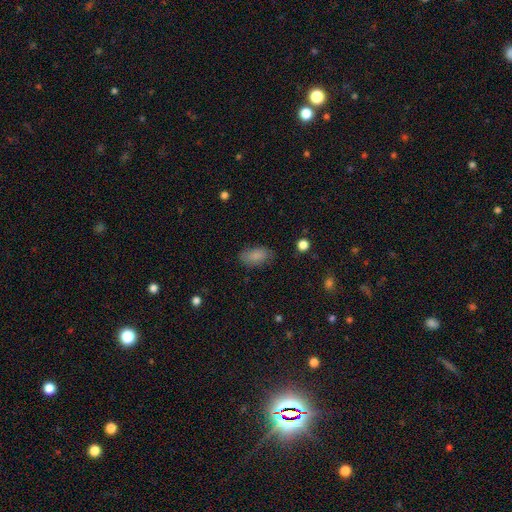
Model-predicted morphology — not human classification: This appears to be a smooth galaxy with no disk features (85%) that is in between round and cigar-shaped (92%). Merging: none (77%).